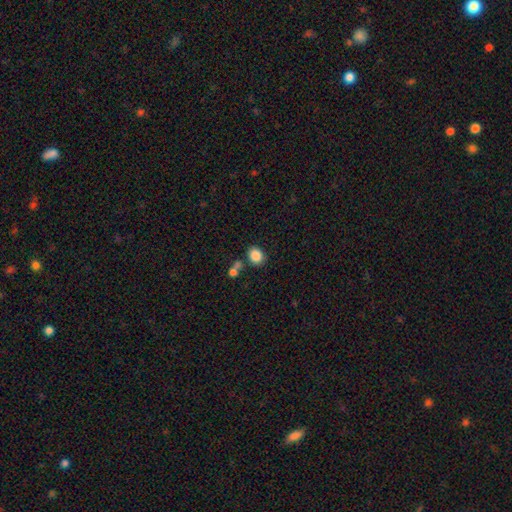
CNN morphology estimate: type=smooth (86%); roundness=round (54%); merging=none (70%).